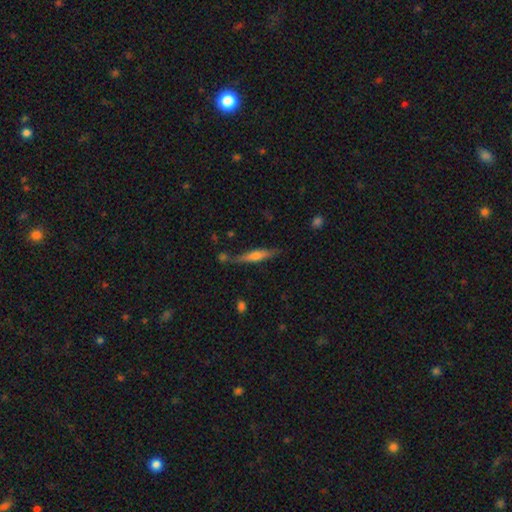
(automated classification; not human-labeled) smooth_or_featured: featured or disk (p=0.52) [alt: smooth p=0.42]
disk_edge_on: yes (p=0.94) [alt: no p=0.06]
merging: none (p=0.74) [alt: minor disturbance p=0.16]